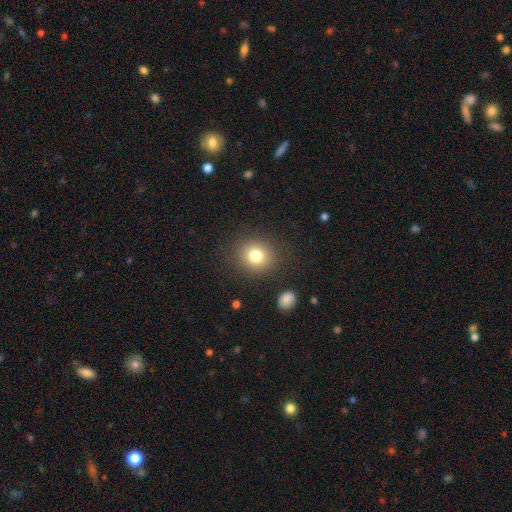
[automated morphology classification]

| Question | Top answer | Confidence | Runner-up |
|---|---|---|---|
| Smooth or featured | smooth | 79% | star or artifact (12%) |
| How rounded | round | 80% | in between (19%) |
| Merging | none | 87% | minor disturbance (8%) |